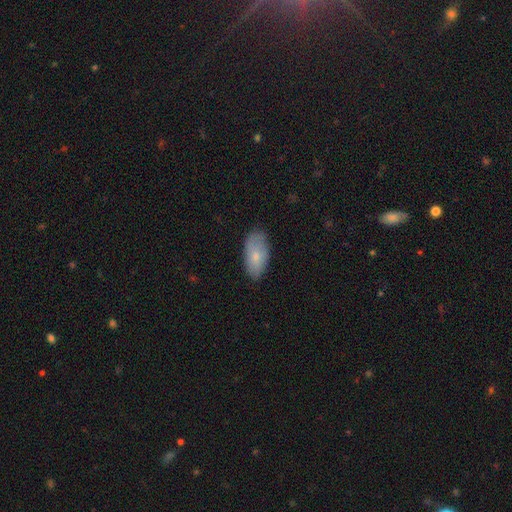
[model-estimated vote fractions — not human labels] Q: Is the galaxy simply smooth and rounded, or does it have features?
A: smooth — 77%.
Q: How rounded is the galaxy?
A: in between — 93%.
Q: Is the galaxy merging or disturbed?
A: none — 78%.